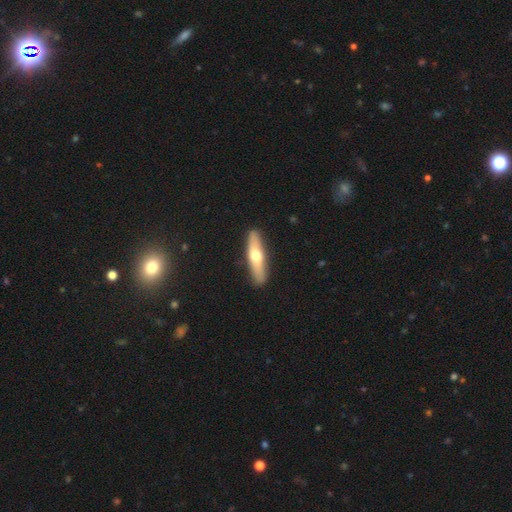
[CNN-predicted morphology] This is possibly a smooth galaxy (51%). How rounded: likely cigar-shaped (76%). Merging: clearly none (89%).